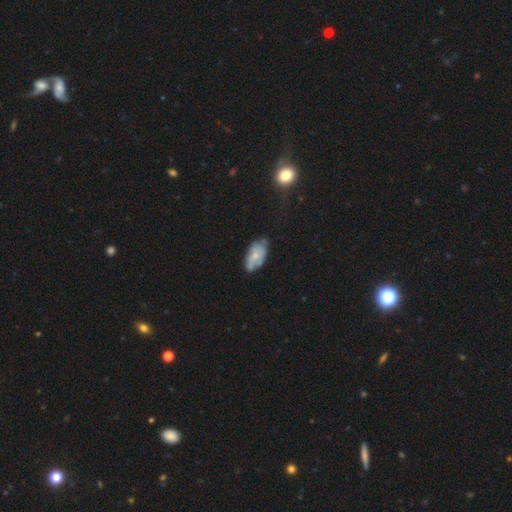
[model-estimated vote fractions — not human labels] Smooth or featured?
  - smooth: 49% *
  - featured or disk: 43%
  - star or artifact: 8%
Merging?
  - none: 54% *
  - minor disturbance: 32%
  - major disturbance: 10%
  - merger: 4%